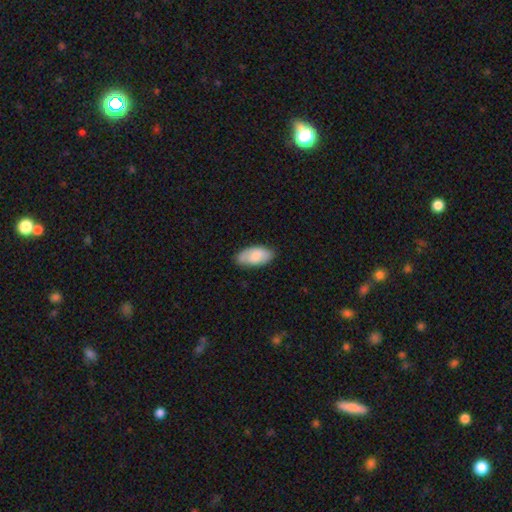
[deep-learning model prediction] Smooth or featured?
  - smooth: 79% *
  - featured or disk: 15%
  - star or artifact: 6%
How rounded?
  - in between: 94% *
  - cigar-shaped: 4%
  - round: 2%
Merging?
  - none: 79% *
  - minor disturbance: 17%
  - major disturbance: 3%
  - merger: 1%